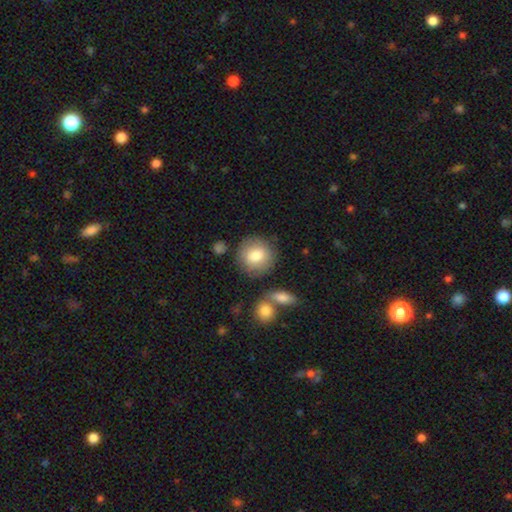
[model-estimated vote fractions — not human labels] The model was most divided on "merging": none: 78%, minor disturbance: 11%, merger: 7%, major disturbance: 3%. More confident: how rounded — round (89%); smooth or featured — smooth (81%).